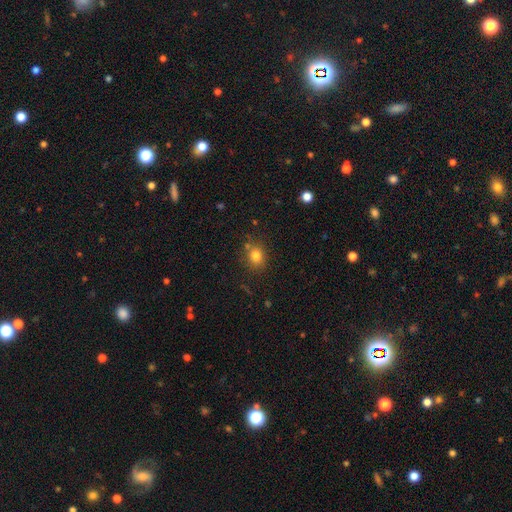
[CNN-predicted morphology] The model was most divided on "how rounded": round: 66%, in between: 33%, cigar-shaped: 1%. More confident: smooth or featured — smooth (80%); merging — none (76%).